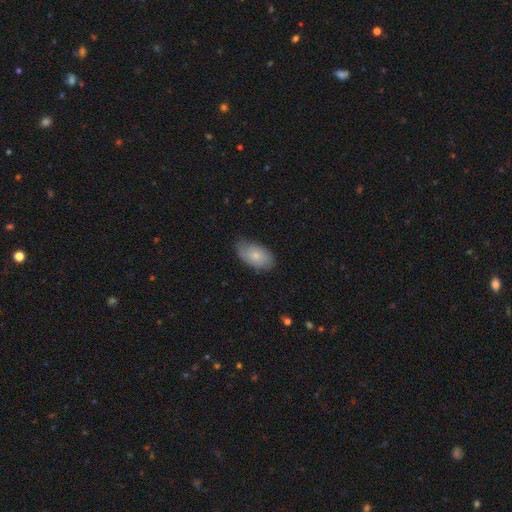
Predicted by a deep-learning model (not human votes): smooth-or-featured: smooth: 71% | featured or disk: 23% | star or artifact: 6%
  how-rounded: in between: 93% | round: 5% | cigar-shaped: 2%
  merging: none: 70% | minor disturbance: 24% | major disturbance: 4% | merger: 1%